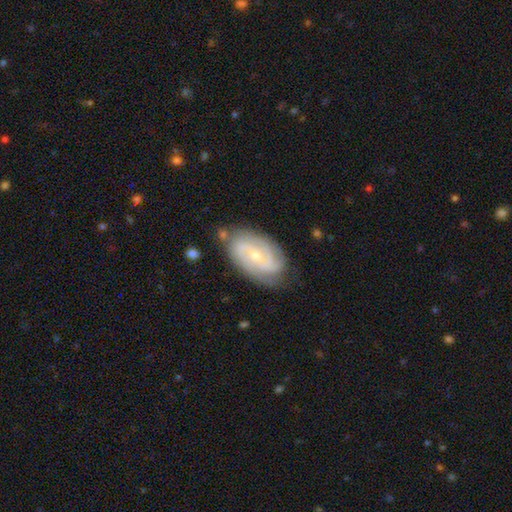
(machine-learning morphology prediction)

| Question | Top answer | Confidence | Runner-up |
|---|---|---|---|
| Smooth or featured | featured or disk | 81% | smooth (14%) |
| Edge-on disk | no | 96% | yes (4%) |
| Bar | no | 55% | weak (35%) |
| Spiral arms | yes | 94% | no (6%) |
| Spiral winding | tight | 52% | medium (37%) |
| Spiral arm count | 2 | 43% | 3 (22%) |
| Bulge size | small | 63% | moderate (34%) |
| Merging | none | 74% | minor disturbance (18%) |